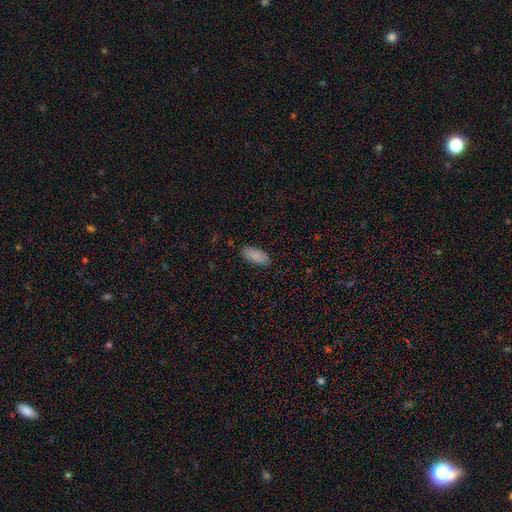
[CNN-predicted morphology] This appears to be a smooth galaxy with no disk features (89%) that is in between round and cigar-shaped (89%). Merging: none (85%).